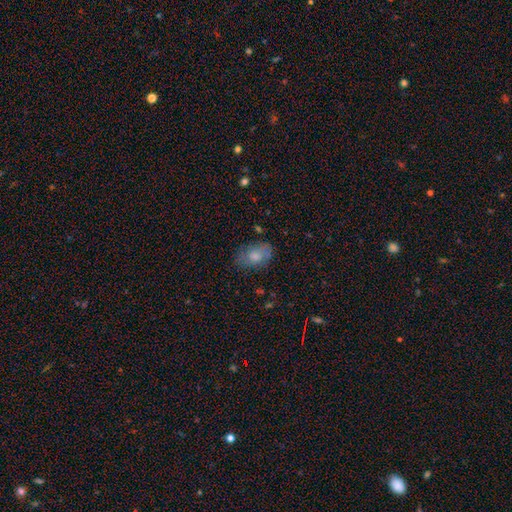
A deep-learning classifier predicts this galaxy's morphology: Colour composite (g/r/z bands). It shows a smooth galaxy with no disk features (73%) that is in between round and cigar-shaped (88%). Merging: none (69%).